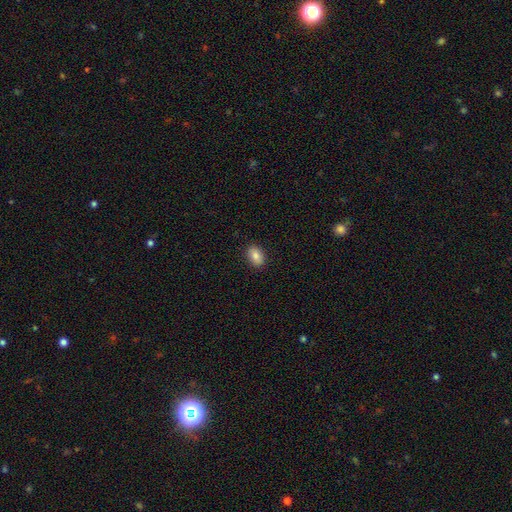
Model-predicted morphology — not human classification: A smooth galaxy with no disk features (85%) that is in between round and cigar-shaped (86%).

Vote fractions:
- Smooth or featured? smooth: 85% / star or artifact: 8% / featured or disk: 7%
- How rounded? in between: 86% / round: 13% / cigar-shaped: 1%
- Merging? none: 90% / minor disturbance: 8% / major disturbance: 2% / merger: 1%